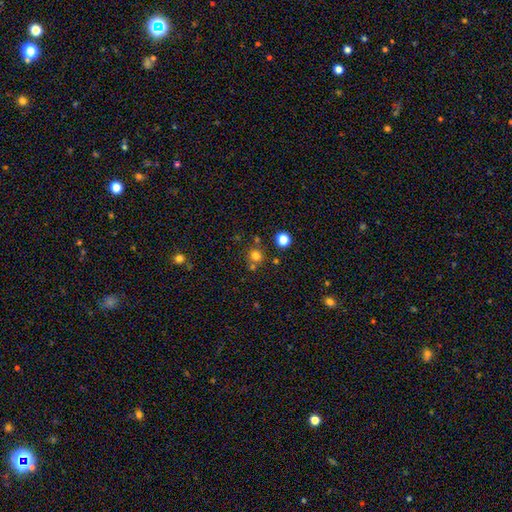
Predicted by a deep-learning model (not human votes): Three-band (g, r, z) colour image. It shows a smooth galaxy with no disk features (75%) that is round (90%). Merging: none (73%).